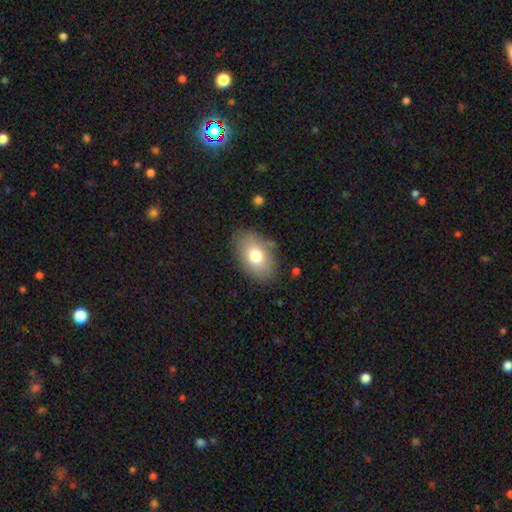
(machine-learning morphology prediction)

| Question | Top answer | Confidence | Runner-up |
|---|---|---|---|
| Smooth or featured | smooth | 74% | featured or disk (17%) |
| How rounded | in between | 87% | round (11%) |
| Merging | none | 82% | minor disturbance (13%) |